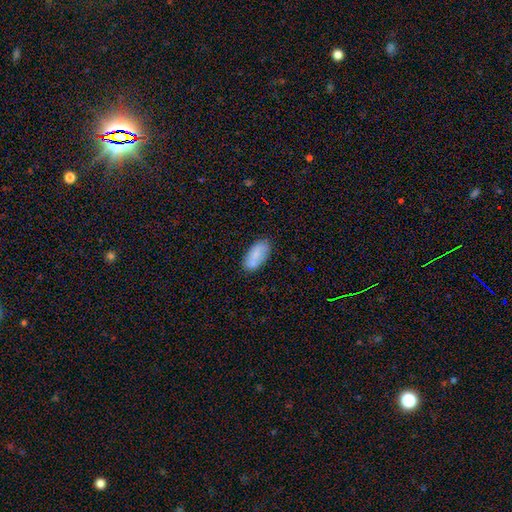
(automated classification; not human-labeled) smooth 73%, featured or disk 20%, star or artifact 7%. Down the decision tree: how rounded — in between (90%); merging — none (74%).